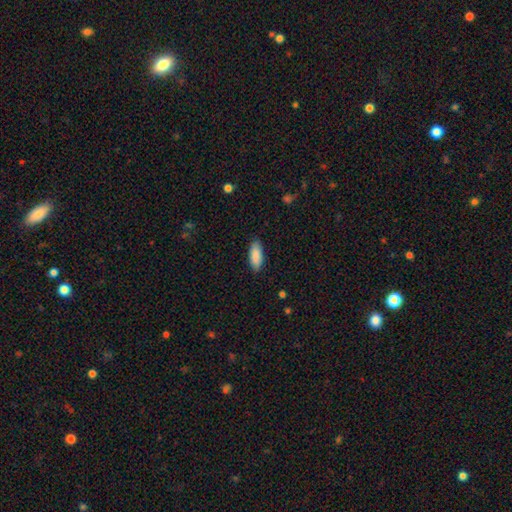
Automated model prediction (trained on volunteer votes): smooth_or_featured: smooth (p=0.88) [alt: star or artifact p=0.06]
how_rounded: in between (p=0.78) [alt: cigar-shaped p=0.20]
merging: none (p=0.88) [alt: minor disturbance p=0.09]